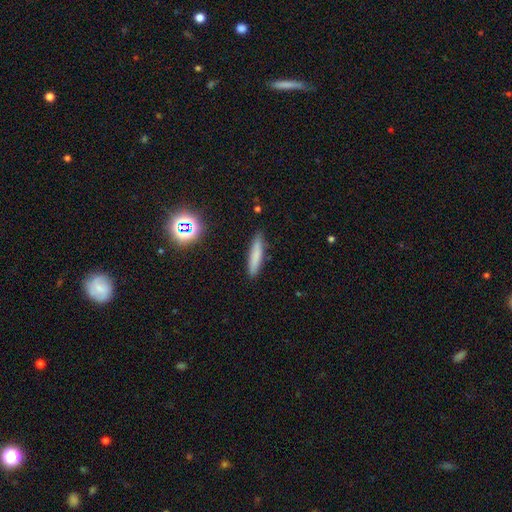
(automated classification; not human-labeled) smooth_or_featured: smooth (p=0.75) [alt: featured or disk p=0.14]
how_rounded: cigar-shaped (p=0.87) [alt: in between p=0.11]
merging: none (p=0.85) [alt: minor disturbance p=0.11]